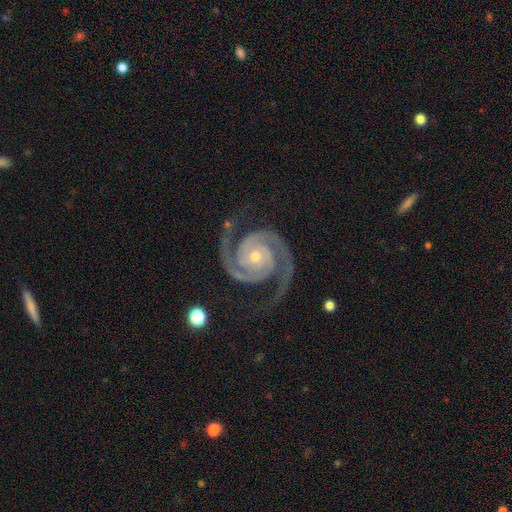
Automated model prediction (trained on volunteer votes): This appears to be a featured or disk galaxy (95%) with no bar (72%), 2 (94%) tight (61%) spiral arms (99%) and a small central bulge (56%). Merging: none (83%).